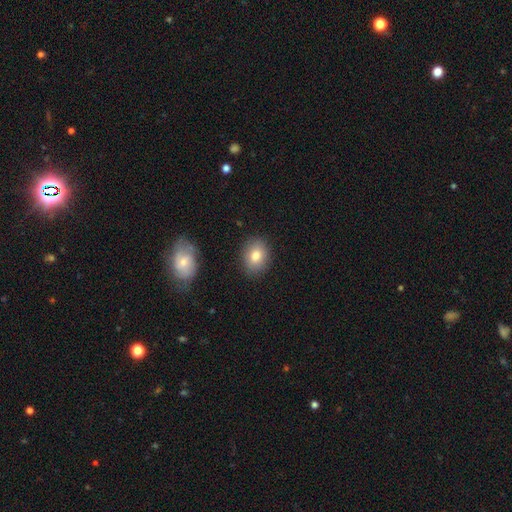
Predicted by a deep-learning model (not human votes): Morphology: type=smooth (81%); roundness=in between (60%); merging=none (86%).